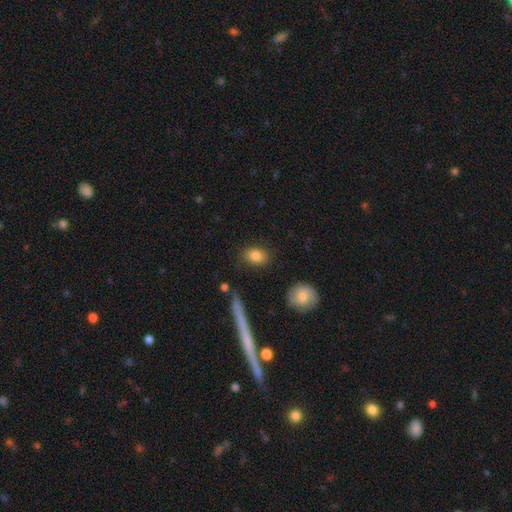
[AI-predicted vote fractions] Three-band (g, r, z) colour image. It shows a smooth galaxy with no disk features (82%) that is in between round and cigar-shaped (76%). Merging: none (83%).